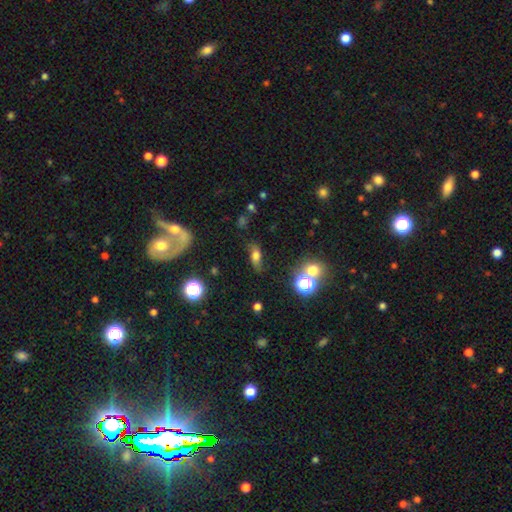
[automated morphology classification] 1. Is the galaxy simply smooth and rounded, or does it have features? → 53% smooth, 31% featured or disk, 16% star or artifact.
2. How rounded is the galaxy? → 68% in between, 17% cigar-shaped, 15% round.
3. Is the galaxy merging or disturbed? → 64% none, 23% minor disturbance, 10% major disturbance, 4% merger.